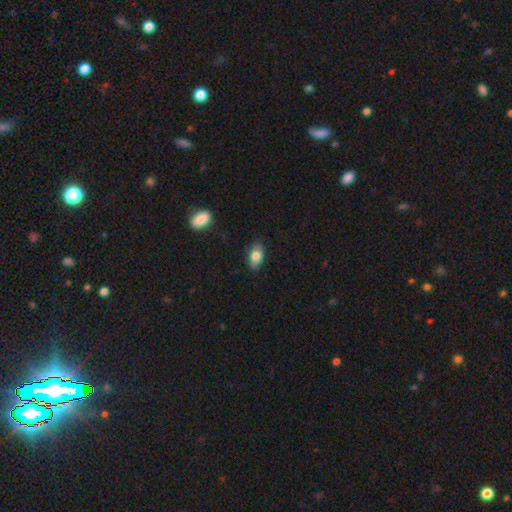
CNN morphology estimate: The model was most divided on "smooth or featured": smooth: 79%, featured or disk: 14%, star or artifact: 7%. More confident: how rounded — in between (90%); merging — none (84%).